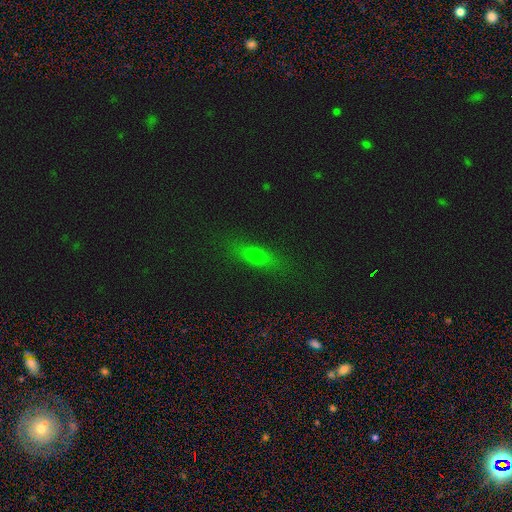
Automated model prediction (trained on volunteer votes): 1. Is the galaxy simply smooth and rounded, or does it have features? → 44% smooth, 29% featured or disk, 26% star or artifact.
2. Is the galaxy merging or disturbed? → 85% none, 11% minor disturbance, 3% major disturbance, 2% merger.